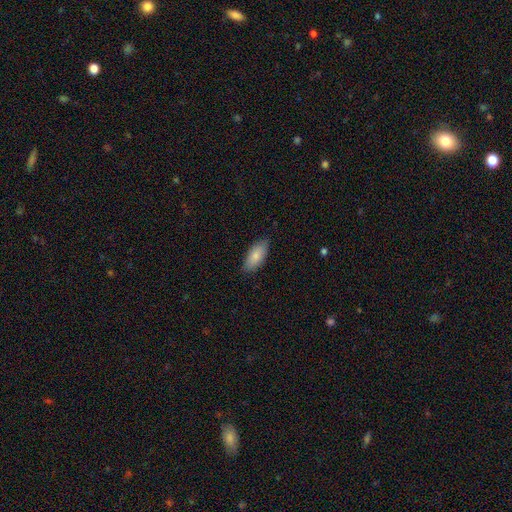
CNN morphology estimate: This is clearly a smooth galaxy (83%). How rounded: clearly in between (87%). Merging: clearly none (84%).